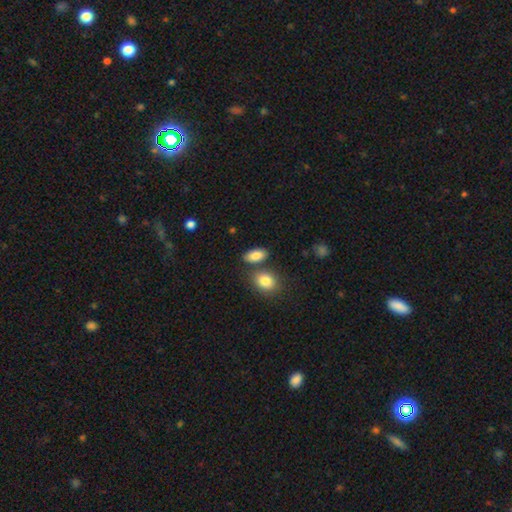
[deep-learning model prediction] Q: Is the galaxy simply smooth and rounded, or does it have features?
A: smooth — 84%.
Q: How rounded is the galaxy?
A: in between — 89%.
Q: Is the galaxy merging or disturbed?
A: none — 73%.